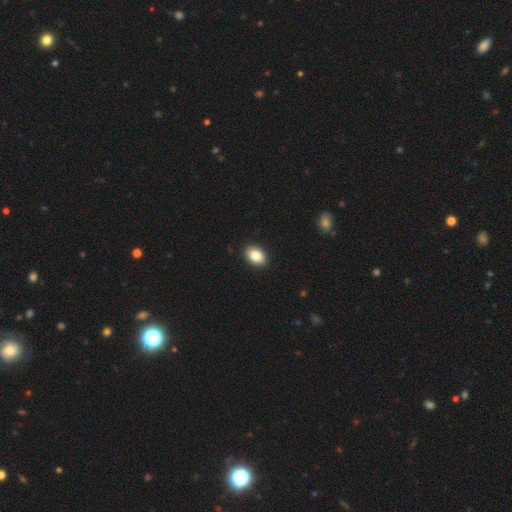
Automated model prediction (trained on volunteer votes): This appears to be a smooth galaxy with no disk features (86%) that is in between round and cigar-shaped (78%). Merging: none (91%).